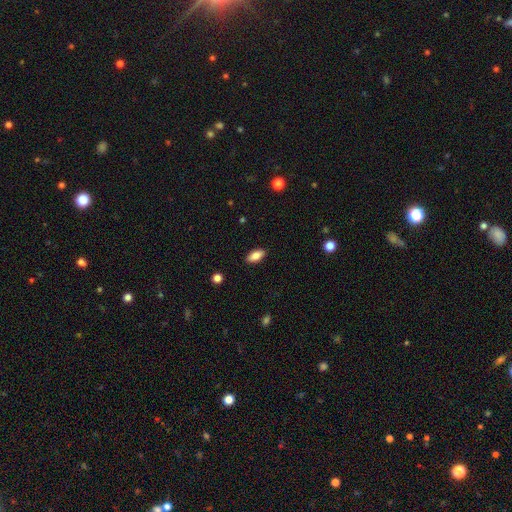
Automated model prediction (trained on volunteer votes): This is clearly a smooth galaxy (84%). How rounded: clearly in between (87%). Merging: clearly none (89%).